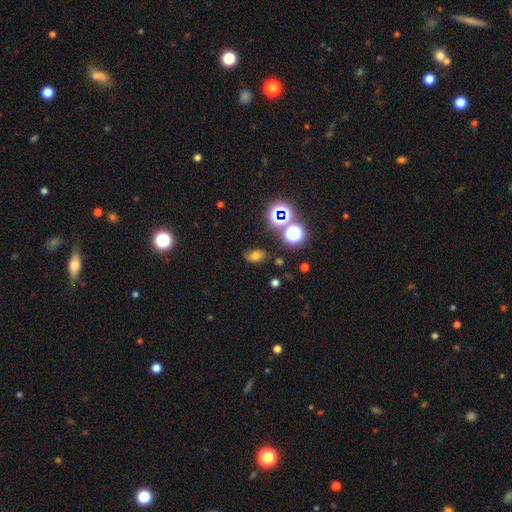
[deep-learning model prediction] smooth-or-featured: smooth: 61% | star or artifact: 26% | featured or disk: 13%
  how-rounded: in between: 74% | round: 24% | cigar-shaped: 2%
  merging: none: 75% | minor disturbance: 16% | major disturbance: 5% | merger: 3%